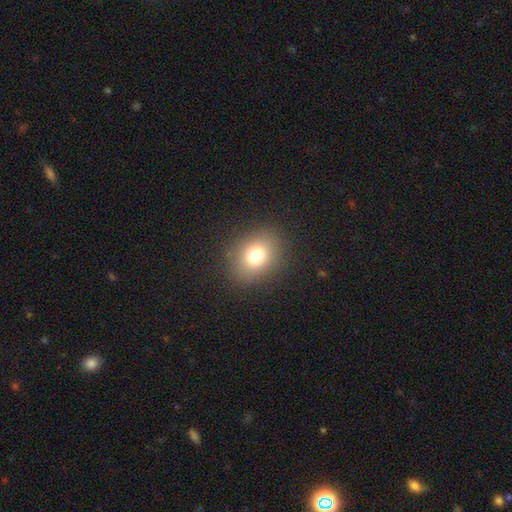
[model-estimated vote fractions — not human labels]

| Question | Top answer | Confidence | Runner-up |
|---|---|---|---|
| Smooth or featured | smooth | 75% | star or artifact (14%) |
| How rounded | in between | 52% | round (48%) |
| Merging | none | 88% | minor disturbance (8%) |